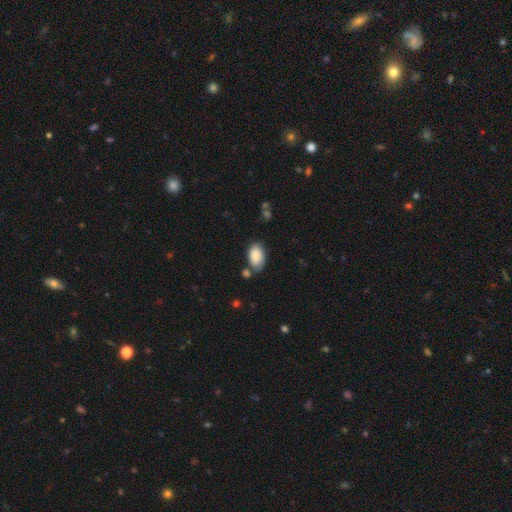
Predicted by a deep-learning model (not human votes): Smooth or featured? smooth (81%)
How rounded? in between (93%)
Merging? none (58%)